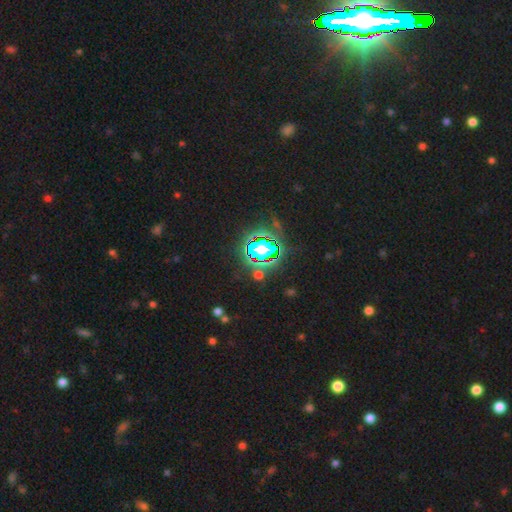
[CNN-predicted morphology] Overall: star or artifact (81%).